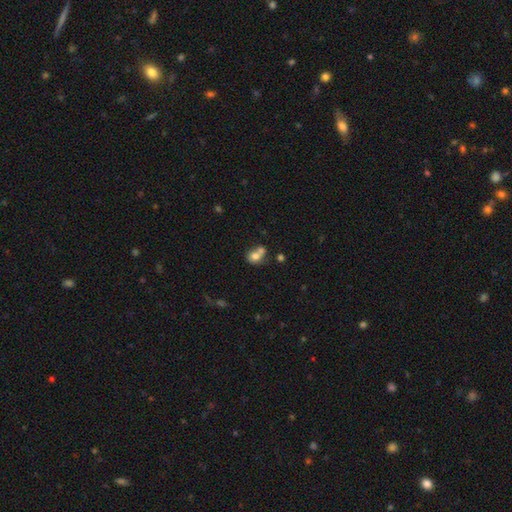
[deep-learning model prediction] This is likely a smooth galaxy (73%). How rounded: possibly round (57%). Merging: possibly merger (57%).